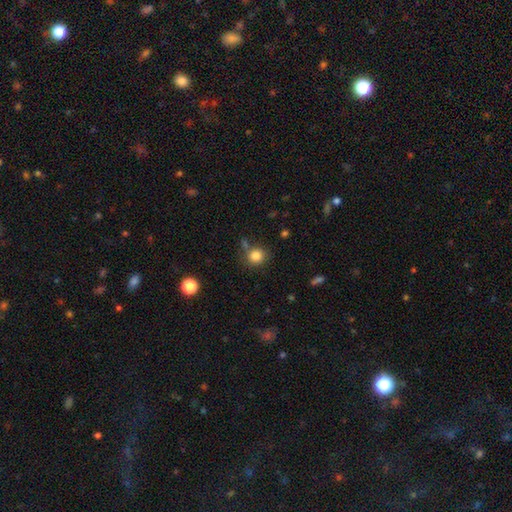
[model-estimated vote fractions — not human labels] A smooth galaxy with no disk features (83%) that is round (88%). Merging: none (74%).